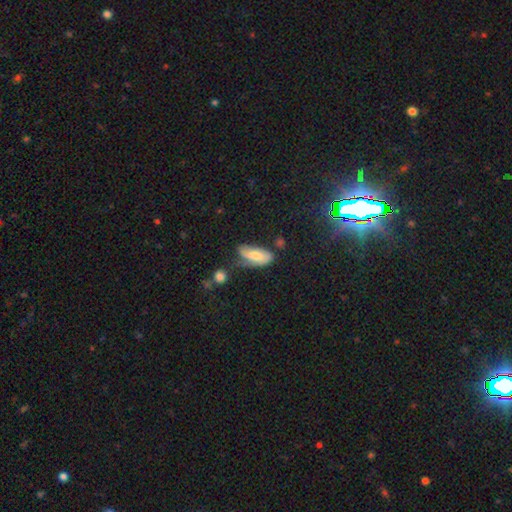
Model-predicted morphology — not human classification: Smooth or featured: smooth — 62% (featured or disk — 30%)
How rounded: in between — 81% (cigar-shaped — 16%)
Merging: none — 40% (minor disturbance — 34%)